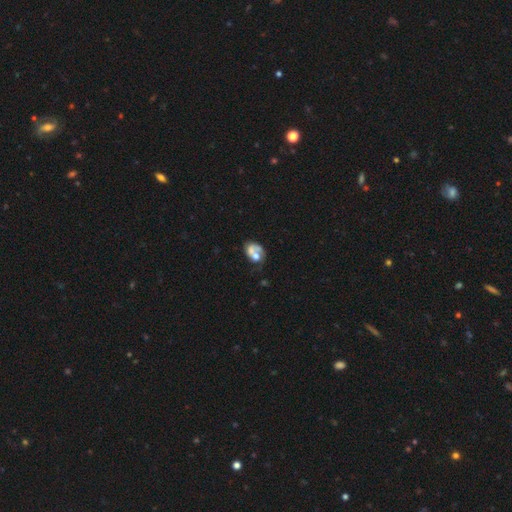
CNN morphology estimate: This is possibly a featured or disk galaxy (51%). It is clearly not viewed edge-on (98%). Merging: possibly merger (51%).